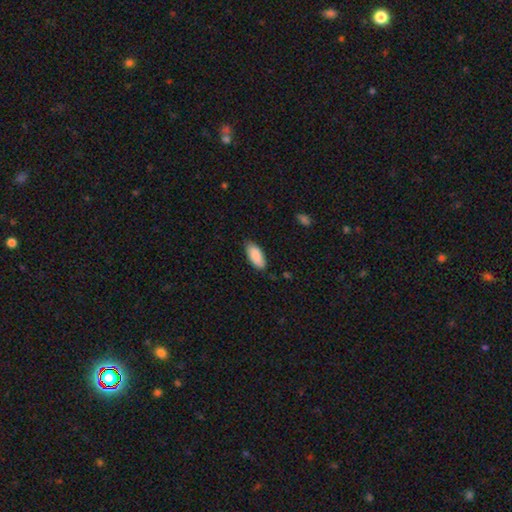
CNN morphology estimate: smooth_or_featured: smooth (p=0.89) [alt: star or artifact p=0.06]
how_rounded: in between (p=0.88) [alt: cigar-shaped p=0.11]
merging: none (p=0.81) [alt: minor disturbance p=0.15]